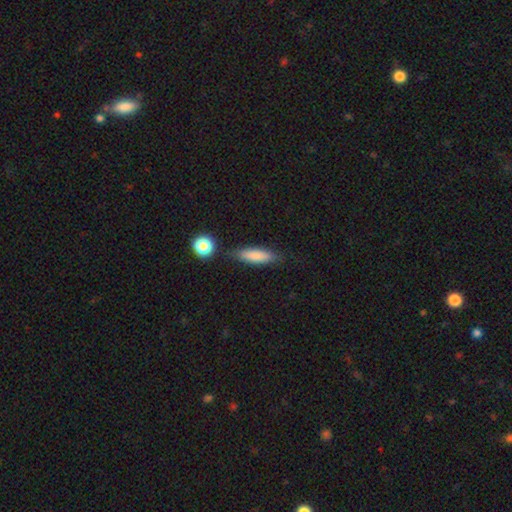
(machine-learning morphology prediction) Smooth or featured? Predicted: smooth (p=0.81). How rounded? Predicted: cigar-shaped (p=0.56). Merging? Predicted: none (p=0.76).